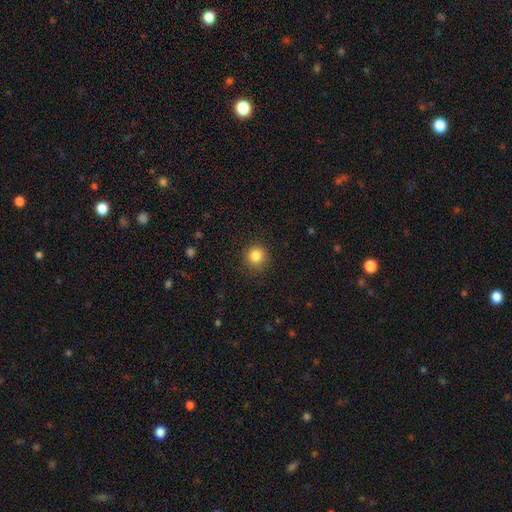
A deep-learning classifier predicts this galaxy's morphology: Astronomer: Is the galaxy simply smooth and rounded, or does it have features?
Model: smooth — 83%.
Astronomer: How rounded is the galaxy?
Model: round — 93%.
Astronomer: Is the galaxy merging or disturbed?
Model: none — 90%.